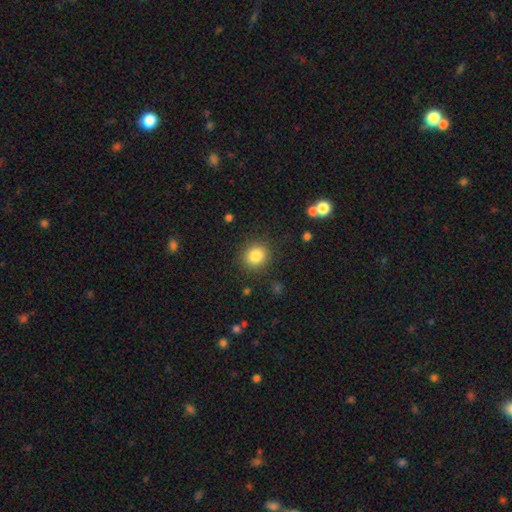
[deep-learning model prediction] A smooth galaxy with no disk features (84%) that is round (83%). Merging: none (87%).